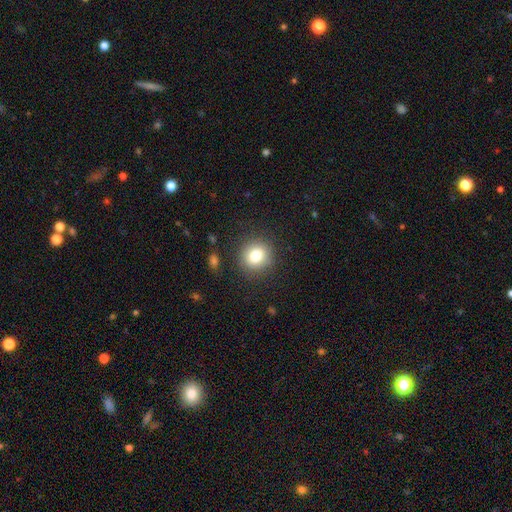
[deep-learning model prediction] Smooth or featured?
  - smooth: 79% *
  - star or artifact: 11%
  - featured or disk: 10%
How rounded?
  - round: 85% *
  - in between: 14%
  - cigar-shaped: 1%
Merging?
  - none: 88% *
  - minor disturbance: 8%
  - major disturbance: 3%
  - merger: 1%